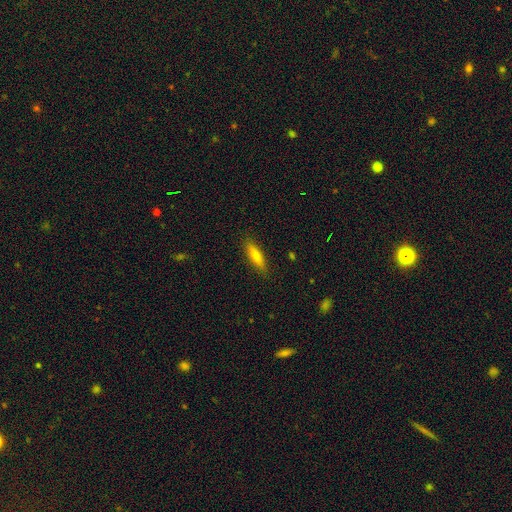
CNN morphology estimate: Smooth or featured? Predicted: smooth (p=0.66). How rounded? Predicted: cigar-shaped (p=0.71). Merging? Predicted: none (p=0.88).